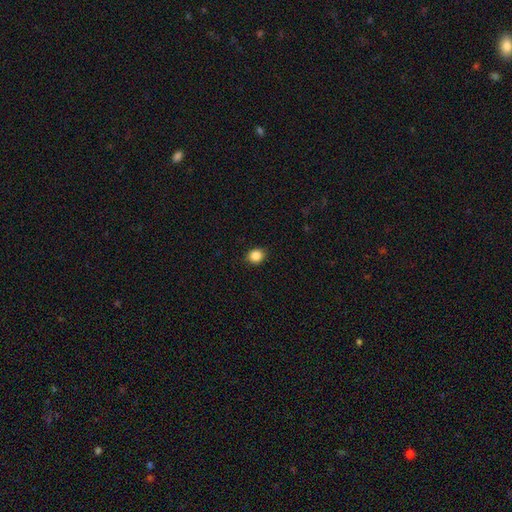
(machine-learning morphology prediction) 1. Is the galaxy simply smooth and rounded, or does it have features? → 86% smooth, 10% star or artifact, 4% featured or disk.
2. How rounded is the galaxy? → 73% round, 27% in between, 1% cigar-shaped.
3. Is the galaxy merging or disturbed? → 90% none, 7% minor disturbance, 2% major disturbance, 1% merger.